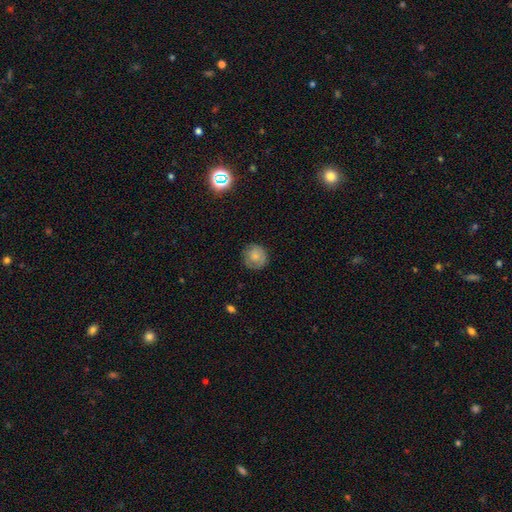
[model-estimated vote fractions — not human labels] The model was most divided on "smooth or featured": smooth: 76%, featured or disk: 16%, star or artifact: 9%. More confident: how rounded — round (91%); merging — none (77%).